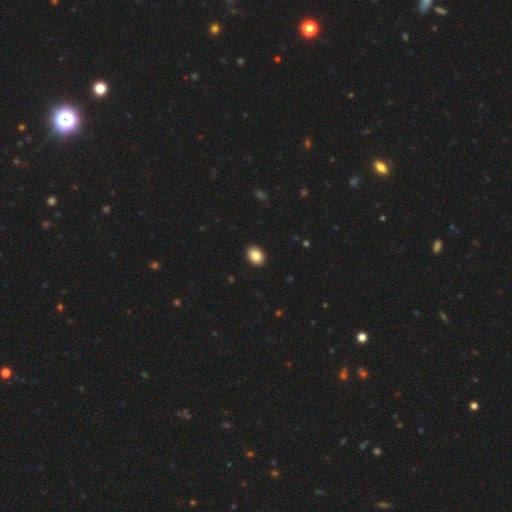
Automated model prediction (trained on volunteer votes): Smooth or featured: smooth — 86% (star or artifact — 8%)
How rounded: in between — 71% (round — 28%)
Merging: none — 93% (minor disturbance — 5%)